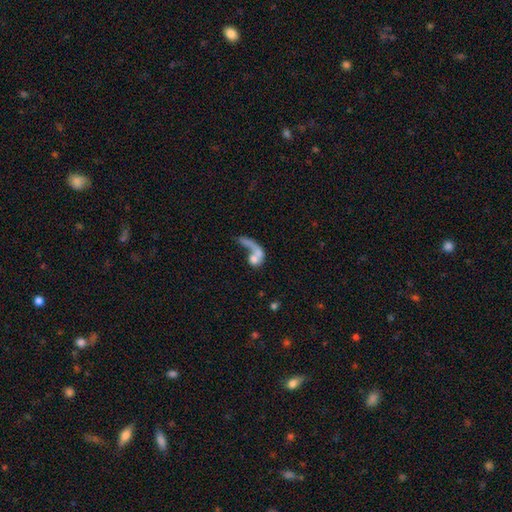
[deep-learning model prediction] The model was most divided on "how rounded": in between: 51%, round: 39%, cigar-shaped: 11%. Remaining: smooth or featured — smooth (51%); merging — merger (48%).